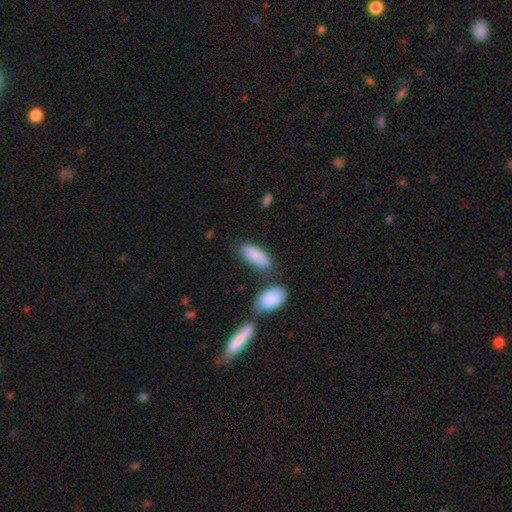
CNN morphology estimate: smooth_or_featured: smooth (p=0.85) [alt: featured or disk p=0.08]
how_rounded: in between (p=0.73) [alt: cigar-shaped p=0.25]
merging: none (p=0.60) [alt: minor disturbance p=0.18]